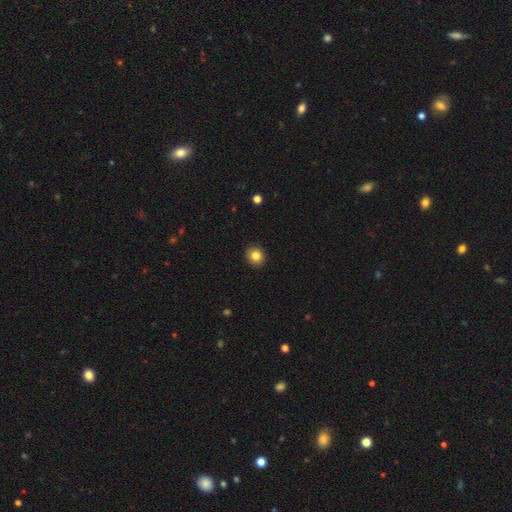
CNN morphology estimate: Q: Smooth or featured?
A: smooth (83%); runner-up: star or artifact (10%)
Q: How rounded?
A: round (86%); runner-up: in between (13%)
Q: Merging?
A: none (92%); runner-up: minor disturbance (5%)